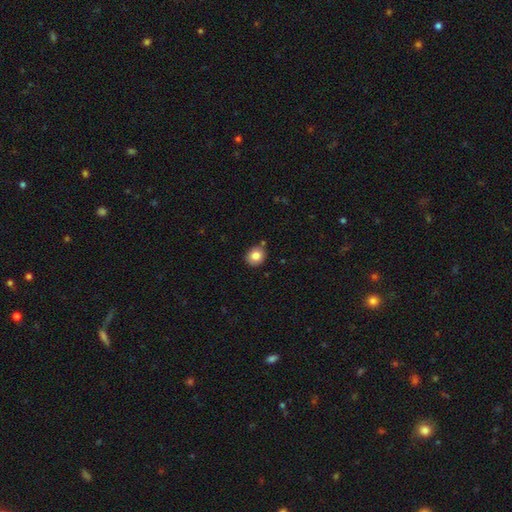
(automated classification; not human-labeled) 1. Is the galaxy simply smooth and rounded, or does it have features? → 83% smooth, 9% star or artifact, 8% featured or disk.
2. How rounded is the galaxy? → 72% round, 27% in between, 1% cigar-shaped.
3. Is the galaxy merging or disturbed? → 79% none, 12% minor disturbance, 6% merger, 3% major disturbance.